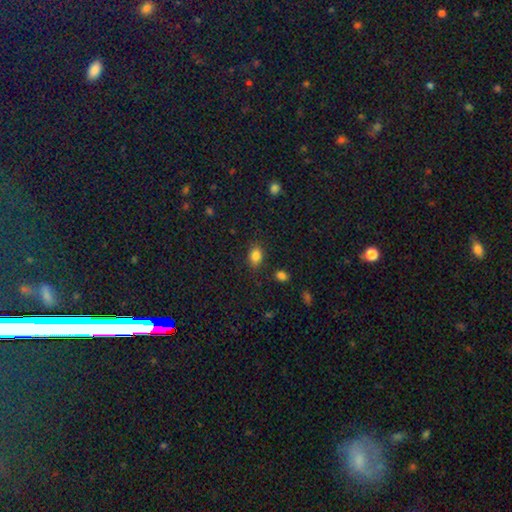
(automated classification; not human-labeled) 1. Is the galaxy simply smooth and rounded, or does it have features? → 84% smooth, 11% star or artifact, 5% featured or disk.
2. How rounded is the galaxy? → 73% in between, 26% round, 1% cigar-shaped.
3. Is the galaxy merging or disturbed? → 80% none, 13% minor disturbance, 4% major disturbance, 3% merger.